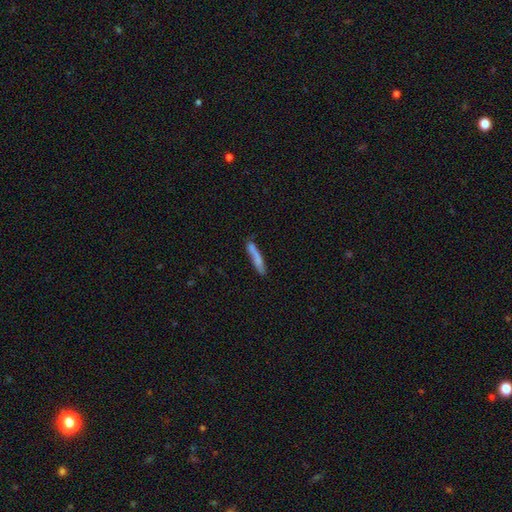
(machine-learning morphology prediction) This appears to be a smooth galaxy with no disk features (68%) that is cigar-shaped (92%). Merging: none (68%).